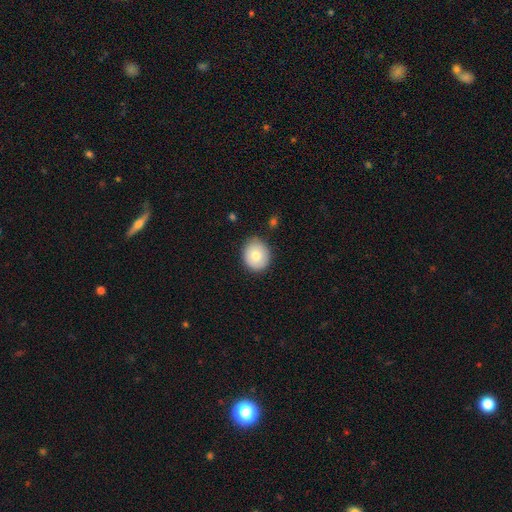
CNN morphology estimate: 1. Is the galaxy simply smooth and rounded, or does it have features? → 79% smooth, 13% featured or disk, 8% star or artifact.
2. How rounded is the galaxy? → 76% round, 23% in between, 1% cigar-shaped.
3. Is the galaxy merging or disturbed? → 82% none, 14% minor disturbance, 3% major disturbance, 2% merger.